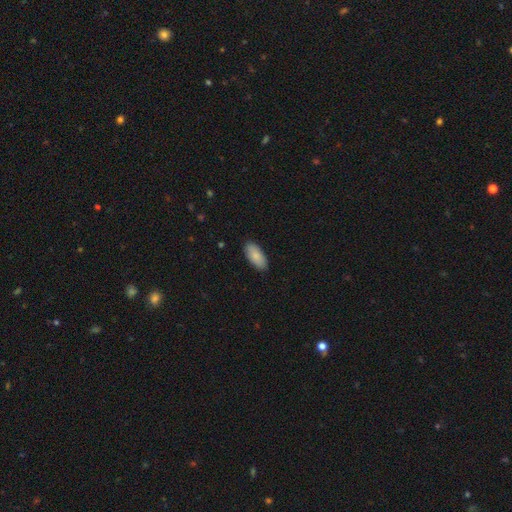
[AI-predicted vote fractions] Smooth or featured? smooth (87%)
How rounded? in between (91%)
Merging? none (88%)